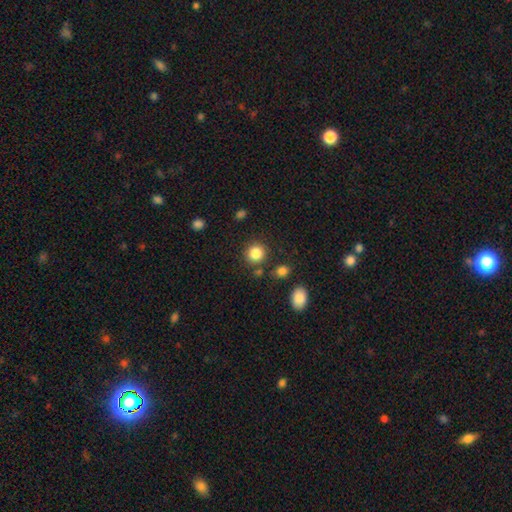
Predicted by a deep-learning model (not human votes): smooth_or_featured: smooth (p=0.83) [alt: star or artifact p=0.12]
how_rounded: round (p=0.90) [alt: in between p=0.09]
merging: none (p=0.86) [alt: minor disturbance p=0.07]